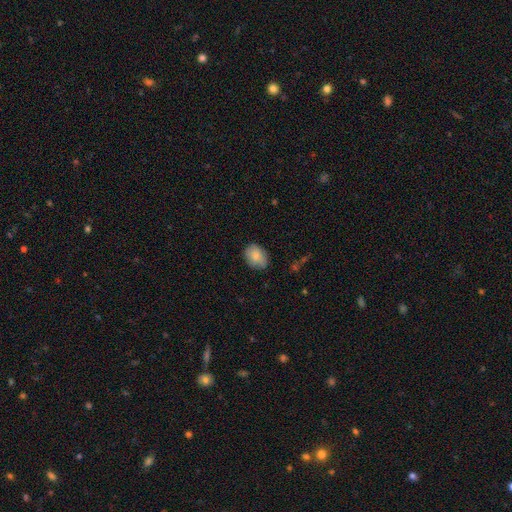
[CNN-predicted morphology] smooth-or-featured: smooth: 81% | featured or disk: 11% | star or artifact: 8%
  how-rounded: in between: 59% | round: 40% | cigar-shaped: 1%
  merging: none: 75% | minor disturbance: 20% | major disturbance: 4% | merger: 1%